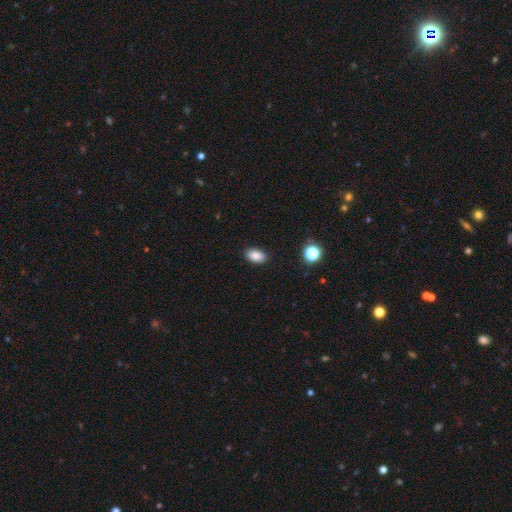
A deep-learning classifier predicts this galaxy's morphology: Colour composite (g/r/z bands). It shows a smooth galaxy with no disk features (86%) that is in between round and cigar-shaped (91%). Merging: none (88%).